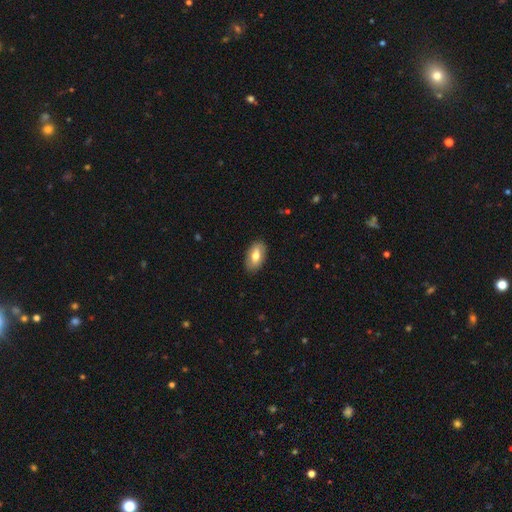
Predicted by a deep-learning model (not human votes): Smooth or featured: smooth — 67% (featured or disk — 27%)
How rounded: in between — 93% (round — 5%)
Merging: none — 86% (minor disturbance — 11%)